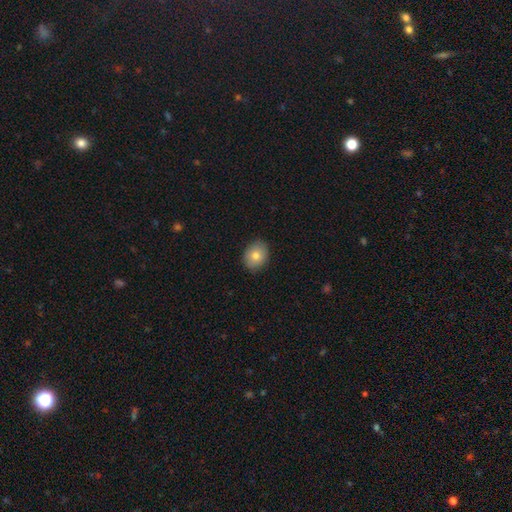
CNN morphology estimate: Q: Smooth or featured?
A: smooth (80%); runner-up: featured or disk (12%)
Q: How rounded?
A: in between (56%); runner-up: round (43%)
Q: Merging?
A: none (88%); runner-up: minor disturbance (9%)